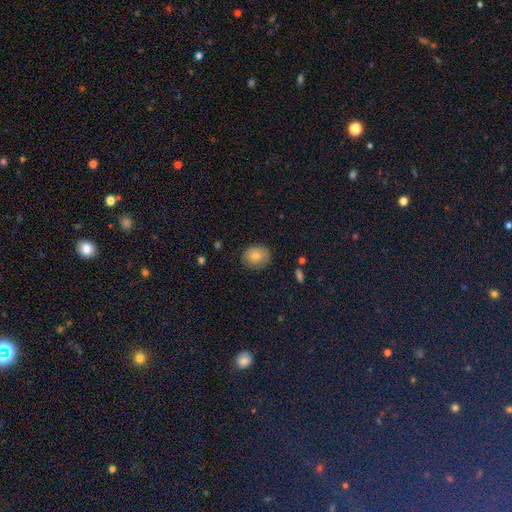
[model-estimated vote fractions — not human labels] Morphology: type=smooth (79%); roundness=round (51%); merging=none (79%).